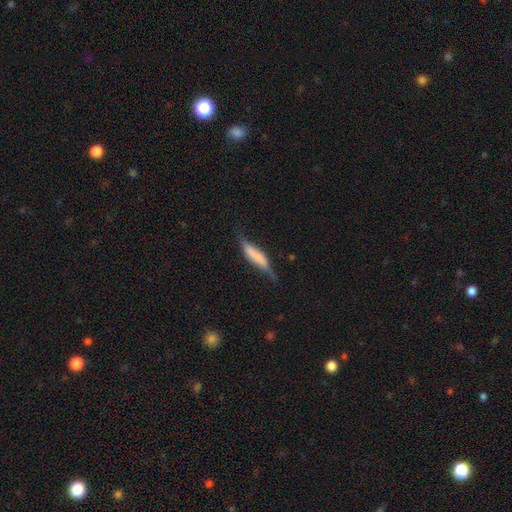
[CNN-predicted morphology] A smooth galaxy with no disk features (57%) that is cigar-shaped (75%). Merging: none (48%).